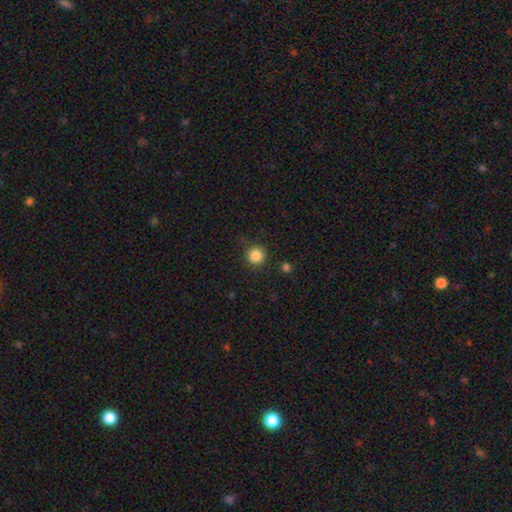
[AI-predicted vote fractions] Smooth or featured? smooth (85%)
How rounded? round (95%)
Merging? none (86%)